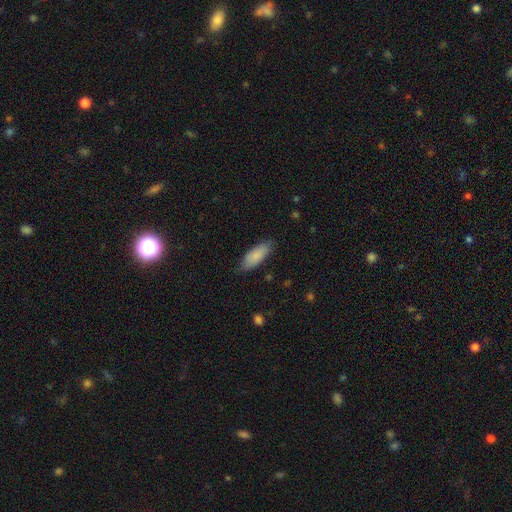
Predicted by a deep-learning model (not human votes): Overall: smooth (85%). How rounded: in between (68%; cigar-shaped 30%). Merging: none (80%).